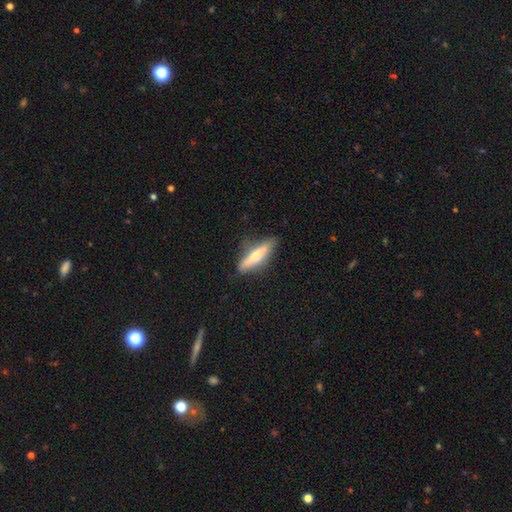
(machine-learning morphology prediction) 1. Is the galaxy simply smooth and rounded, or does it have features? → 58% smooth, 36% featured or disk, 6% star or artifact.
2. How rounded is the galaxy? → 74% cigar-shaped, 24% in between, 2% round.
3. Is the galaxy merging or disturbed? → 73% none, 20% minor disturbance, 5% major disturbance, 2% merger.